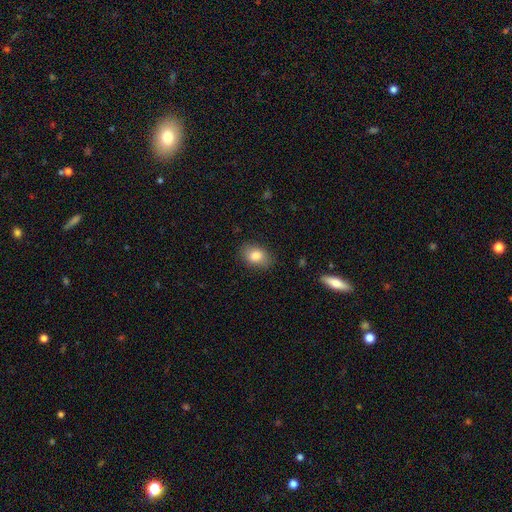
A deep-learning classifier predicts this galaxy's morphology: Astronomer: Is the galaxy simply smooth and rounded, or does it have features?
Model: smooth — 83%.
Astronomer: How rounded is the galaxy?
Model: in between — 78%.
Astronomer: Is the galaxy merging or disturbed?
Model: none — 84%.